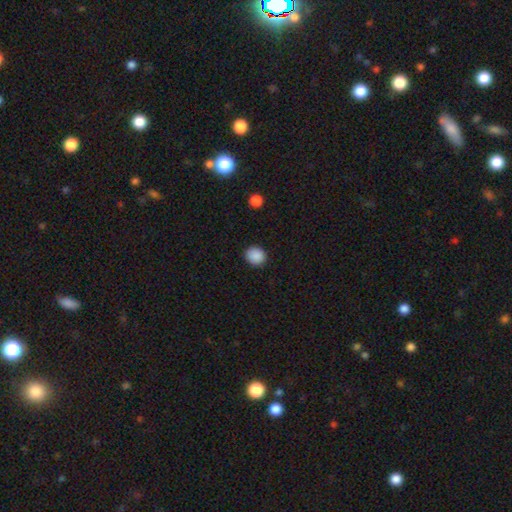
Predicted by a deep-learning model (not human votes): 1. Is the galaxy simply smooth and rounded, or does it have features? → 88% smooth, 9% star or artifact, 3% featured or disk.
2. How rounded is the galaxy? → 80% round, 20% in between, 1% cigar-shaped.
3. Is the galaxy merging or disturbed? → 89% none, 8% minor disturbance, 2% major disturbance, 1% merger.